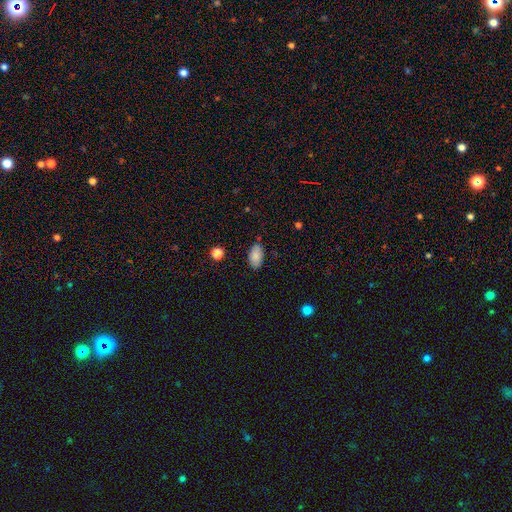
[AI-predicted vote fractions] Q: Smooth or featured?
A: smooth (83%); runner-up: featured or disk (9%)
Q: How rounded?
A: in between (93%); runner-up: round (5%)
Q: Merging?
A: none (80%); runner-up: minor disturbance (15%)